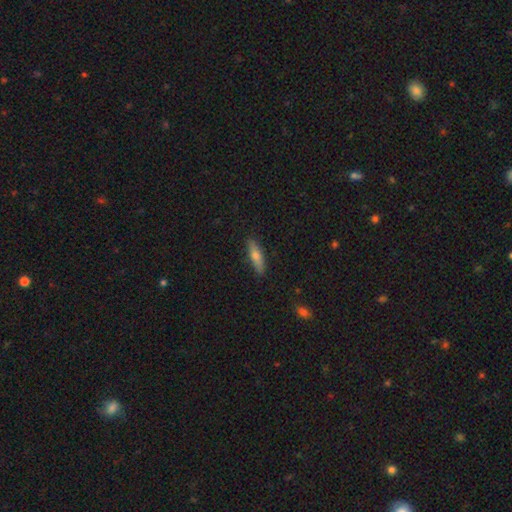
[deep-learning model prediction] smooth-or-featured: smooth: 63% | featured or disk: 31% | star or artifact: 6%
  how-rounded: cigar-shaped: 69% | in between: 29% | round: 2%
  merging: none: 87% | minor disturbance: 10% | major disturbance: 2% | merger: 1%